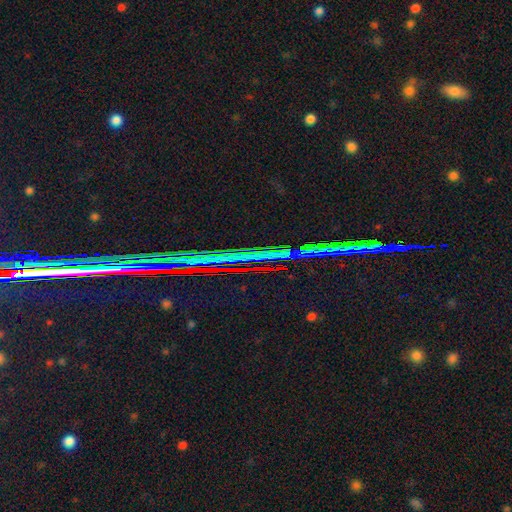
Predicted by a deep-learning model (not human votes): Q: Smooth or featured?
A: star or artifact (85%); runner-up: featured or disk (8%)